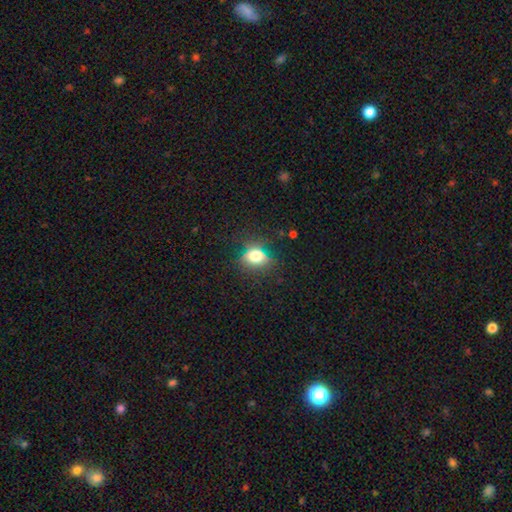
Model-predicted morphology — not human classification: This is likely a smooth galaxy (72%). How rounded: possibly round (54%). Merging: likely none (70%).